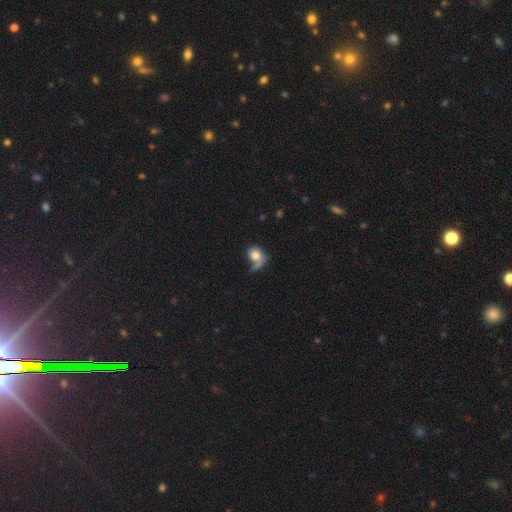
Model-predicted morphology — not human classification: smooth-or-featured: smooth: 73% | featured or disk: 18% | star or artifact: 9%
  how-rounded: round: 52% | in between: 46% | cigar-shaped: 2%
  merging: none: 37% | merger: 24% | major disturbance: 23% | minor disturbance: 16%